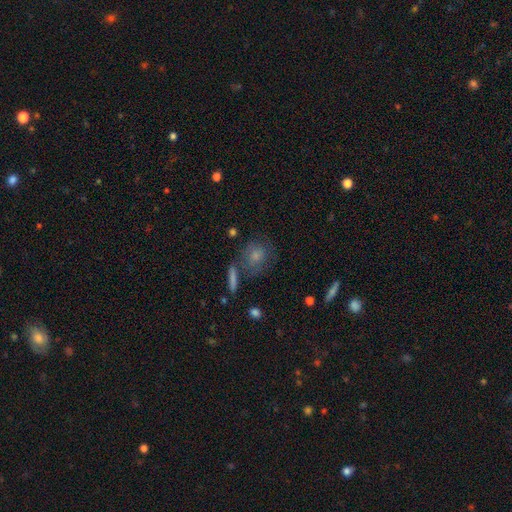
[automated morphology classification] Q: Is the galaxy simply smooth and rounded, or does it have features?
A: smooth — 69%.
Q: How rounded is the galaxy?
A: round — 75%.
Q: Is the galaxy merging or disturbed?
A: none — 64%.